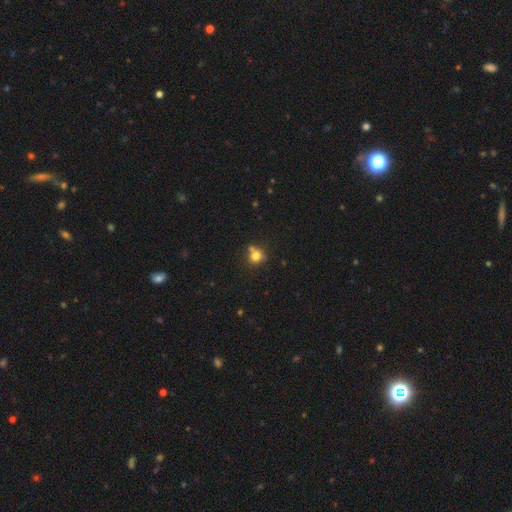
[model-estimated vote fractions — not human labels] Overall: smooth (77%). How rounded: round (83%). Merging: none (60%).